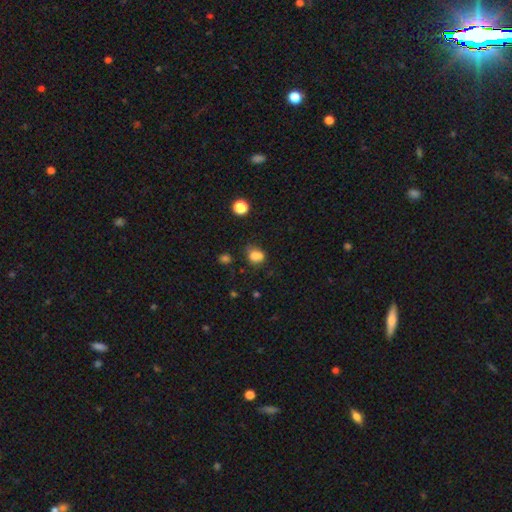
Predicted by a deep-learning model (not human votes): Smooth or featured?
  - smooth: 72% *
  - star or artifact: 14%
  - featured or disk: 14%
How rounded?
  - round: 60% *
  - in between: 39%
  - cigar-shaped: 1%
Merging?
  - merger: 39% *
  - none: 37%
  - minor disturbance: 16%
  - major disturbance: 7%